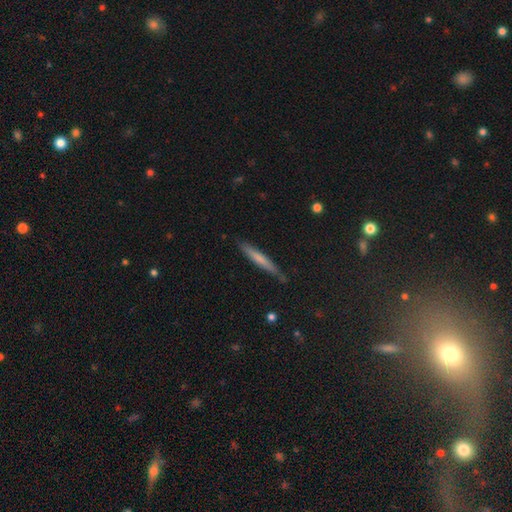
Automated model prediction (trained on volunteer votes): Smooth or featured: smooth — 57% (featured or disk — 35%)
How rounded: cigar-shaped — 95% (in between — 3%)
Merging: none — 84% (minor disturbance — 12%)